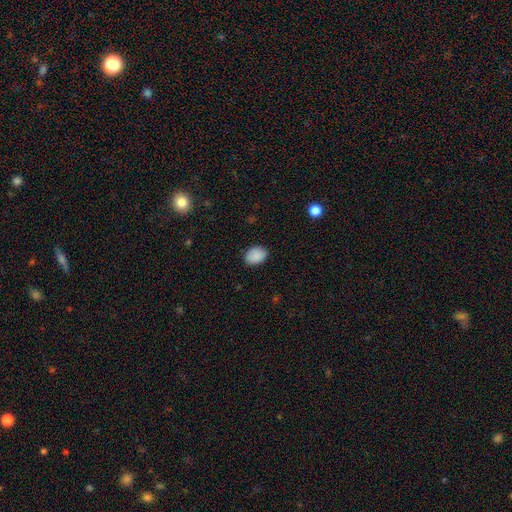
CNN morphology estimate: Smooth or featured?
  - smooth: 89% *
  - star or artifact: 8%
  - featured or disk: 4%
How rounded?
  - in between: 74% *
  - round: 25%
  - cigar-shaped: 1%
Merging?
  - none: 83% *
  - minor disturbance: 13%
  - major disturbance: 3%
  - merger: 1%